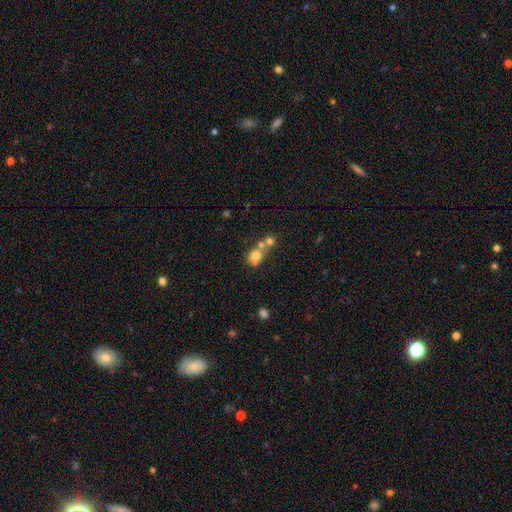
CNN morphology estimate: Smooth or featured?
  - smooth: 68% *
  - featured or disk: 18%
  - star or artifact: 14%
How rounded?
  - round: 64% *
  - in between: 35%
  - cigar-shaped: 2%
Merging?
  - merger: 56% *
  - none: 30%
  - minor disturbance: 9%
  - major disturbance: 6%